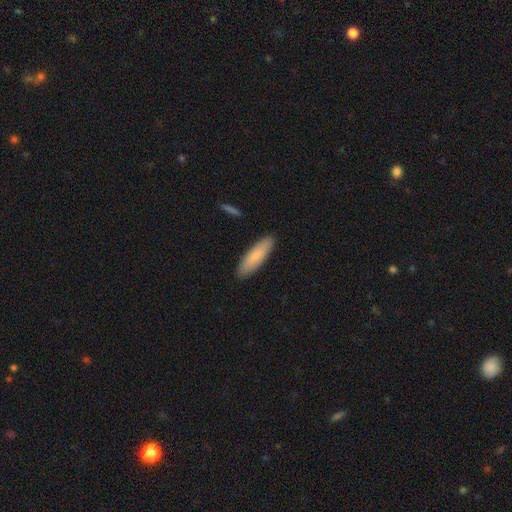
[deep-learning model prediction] Overall: smooth (78%). How rounded: cigar-shaped (55%; in between 44%). Merging: none (88%).